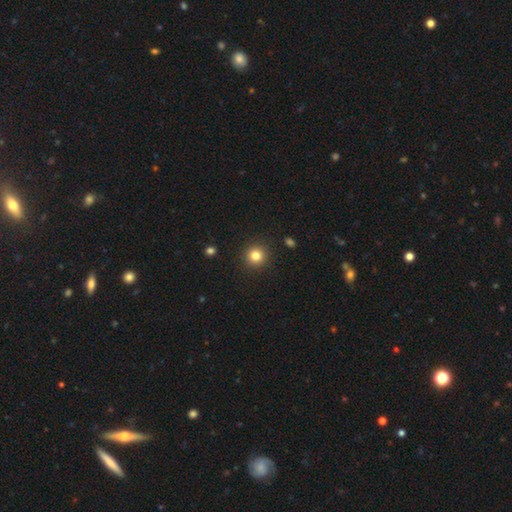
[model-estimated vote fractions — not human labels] Q: Smooth or featured?
A: smooth (82%); runner-up: star or artifact (12%)
Q: How rounded?
A: round (94%); runner-up: in between (5%)
Q: Merging?
A: none (92%); runner-up: minor disturbance (5%)